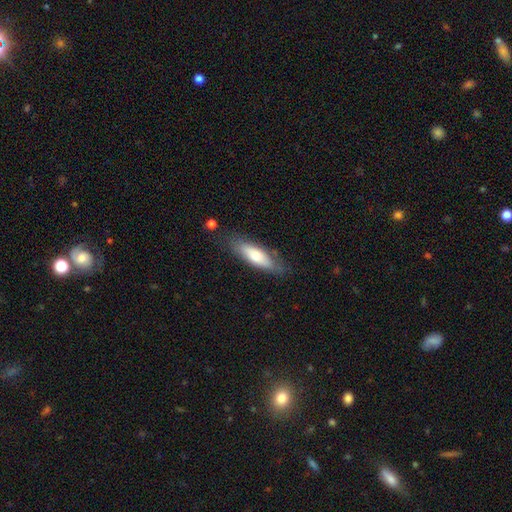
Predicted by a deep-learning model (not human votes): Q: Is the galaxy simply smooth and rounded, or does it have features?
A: smooth — 65%.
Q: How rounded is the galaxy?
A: cigar-shaped — 51%.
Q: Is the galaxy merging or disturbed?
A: none — 77%.